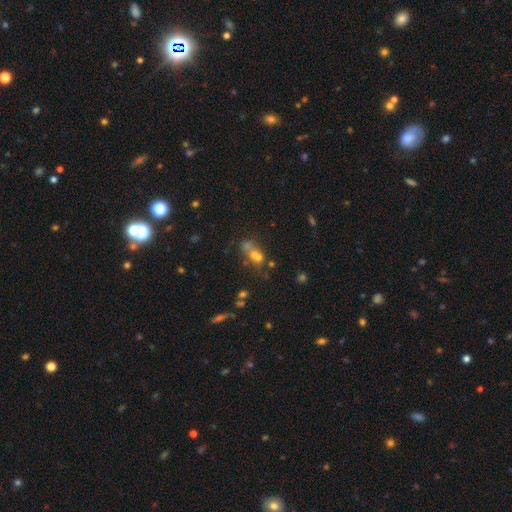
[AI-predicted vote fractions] Morphology: type=smooth (57%); roundness=in between (49%); merging=merger (59%).